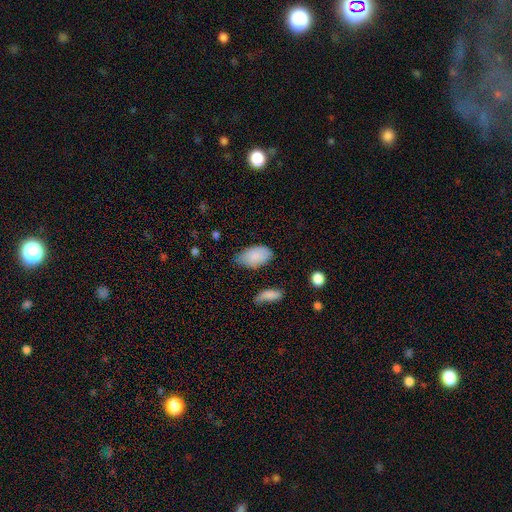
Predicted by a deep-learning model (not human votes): Smooth or featured? Predicted: smooth (p=0.86). How rounded? Predicted: in between (p=0.94). Merging? Predicted: none (p=0.68).